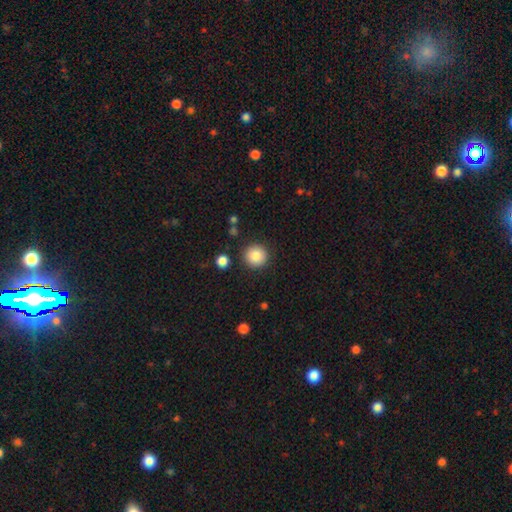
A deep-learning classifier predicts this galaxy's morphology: Q: Smooth or featured?
A: smooth (85%); runner-up: star or artifact (9%)
Q: How rounded?
A: round (94%); runner-up: in between (5%)
Q: Merging?
A: none (89%); runner-up: minor disturbance (6%)